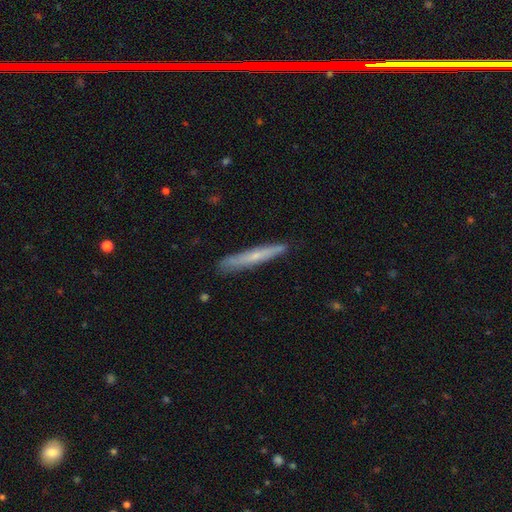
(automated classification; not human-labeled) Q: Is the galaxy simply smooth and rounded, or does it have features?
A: smooth — 48%.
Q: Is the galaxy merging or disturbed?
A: none — 87%.